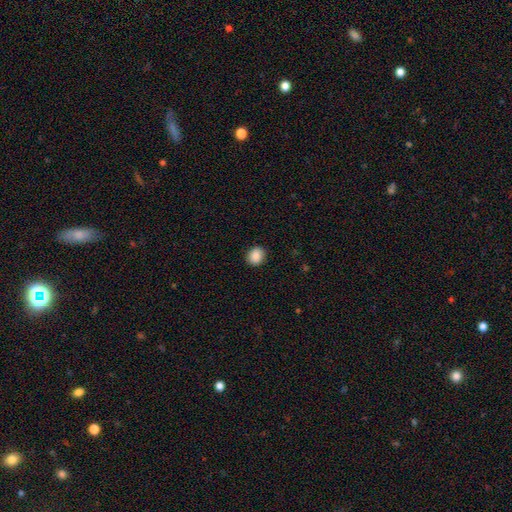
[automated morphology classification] Overall: smooth (88%). How rounded: round (68%; in between 31%). Merging: none (90%).